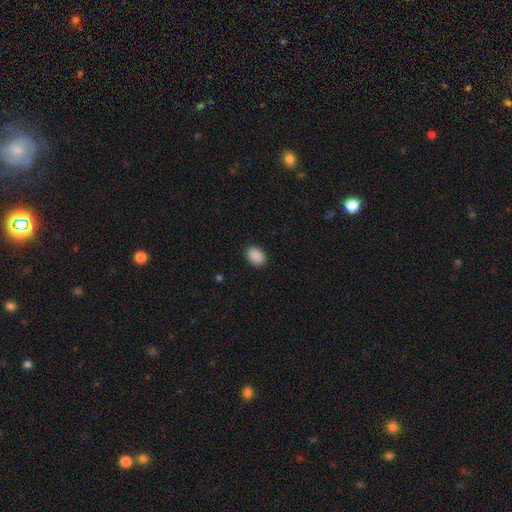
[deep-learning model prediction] Morphology: type=smooth (90%); roundness=in between (79%); merging=none (89%).